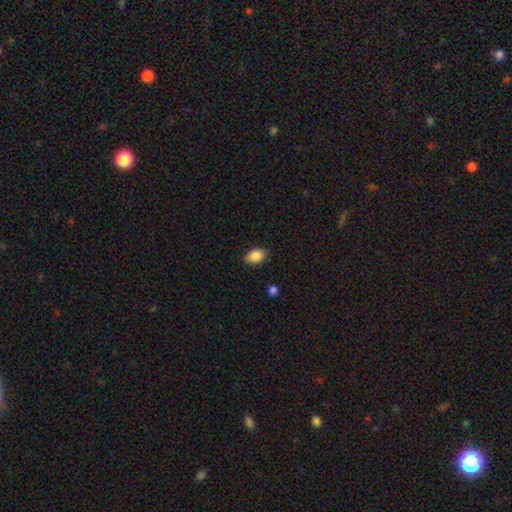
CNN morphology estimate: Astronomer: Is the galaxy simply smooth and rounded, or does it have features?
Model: smooth — 87%.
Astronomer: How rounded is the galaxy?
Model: in between — 88%.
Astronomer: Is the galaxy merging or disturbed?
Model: none — 85%.